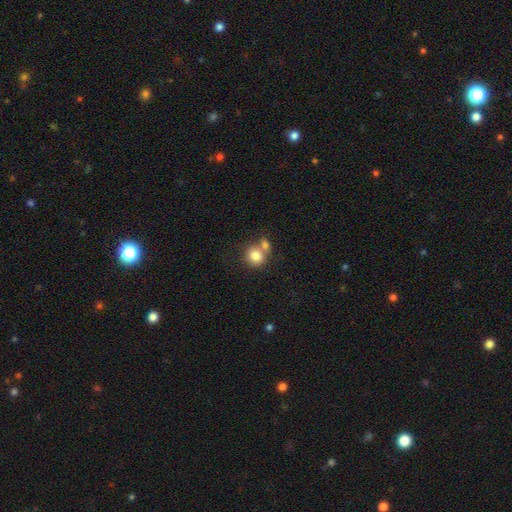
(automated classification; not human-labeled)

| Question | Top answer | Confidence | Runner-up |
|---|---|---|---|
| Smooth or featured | smooth | 80% | featured or disk (10%) |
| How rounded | round | 82% | in between (18%) |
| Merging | none | 46% | merger (41%) |